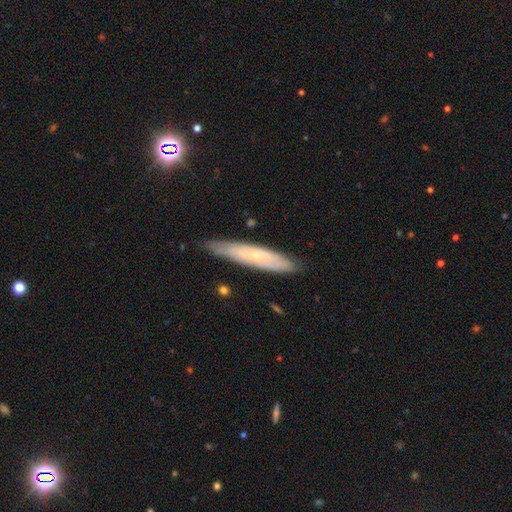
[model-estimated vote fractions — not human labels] smooth_or_featured: featured or disk (p=0.50) [alt: smooth p=0.43]
disk_edge_on: yes (p=0.59) [alt: no p=0.41]
merging: none (p=0.80) [alt: minor disturbance p=0.16]